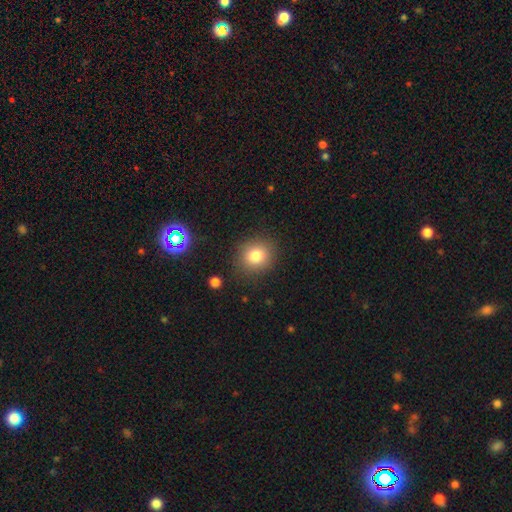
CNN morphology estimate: type=smooth (80%); roundness=round (79%); merging=none (85%).